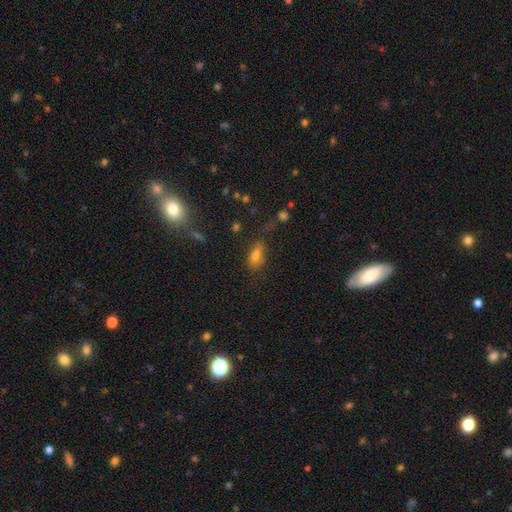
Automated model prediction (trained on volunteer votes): Q: Smooth or featured?
A: smooth (69%); runner-up: star or artifact (19%)
Q: How rounded?
A: in between (79%); runner-up: cigar-shaped (11%)
Q: Merging?
A: none (59%); runner-up: minor disturbance (23%)